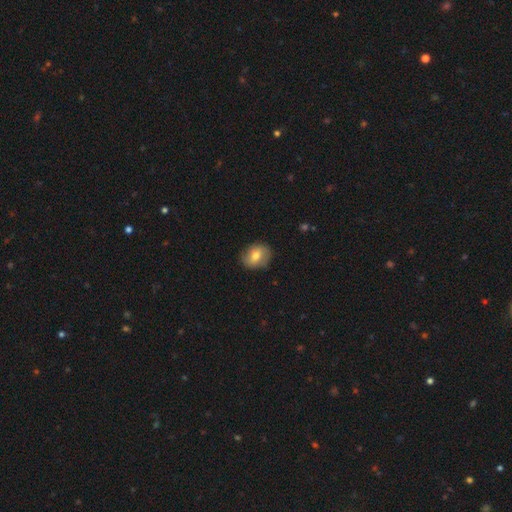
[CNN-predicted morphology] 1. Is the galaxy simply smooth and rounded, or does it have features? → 66% smooth, 26% featured or disk, 8% star or artifact.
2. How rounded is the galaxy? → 53% round, 46% in between, 1% cigar-shaped.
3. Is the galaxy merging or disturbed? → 82% none, 14% minor disturbance, 3% major disturbance, 1% merger.